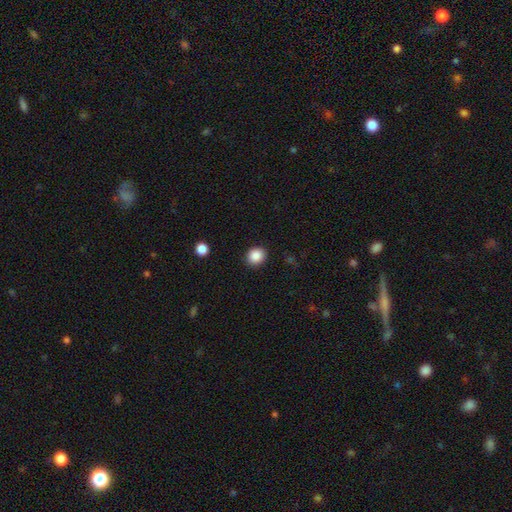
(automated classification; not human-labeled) A smooth galaxy with no disk features (88%) that is round (77%).

Vote fractions:
- Smooth or featured? smooth: 88% / star or artifact: 9% / featured or disk: 3%
- How rounded? round: 77% / in between: 22% / cigar-shaped: 1%
- Merging? none: 90% / minor disturbance: 7% / major disturbance: 2% / merger: 1%